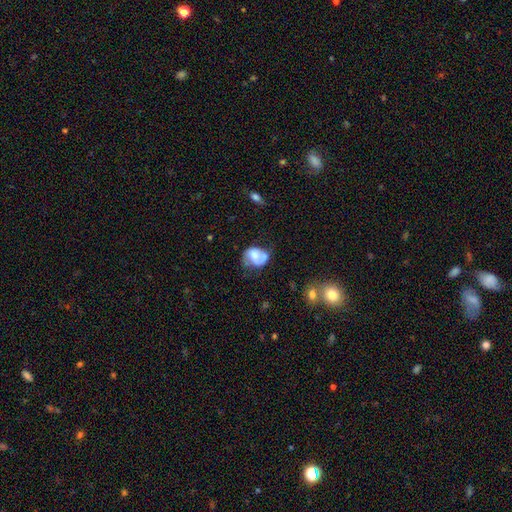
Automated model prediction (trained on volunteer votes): Overall: featured or disk (49%; smooth 43%). Merging: none (34%; minor disturbance 28%).